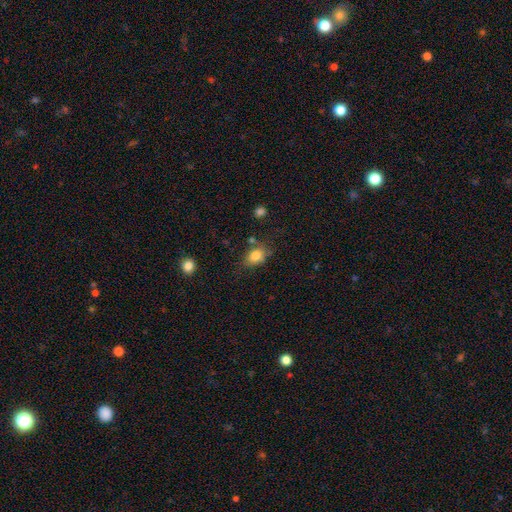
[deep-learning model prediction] Q: Smooth or featured?
A: smooth (82%); runner-up: star or artifact (10%)
Q: How rounded?
A: in between (70%); runner-up: round (29%)
Q: Merging?
A: none (62%); runner-up: minor disturbance (23%)